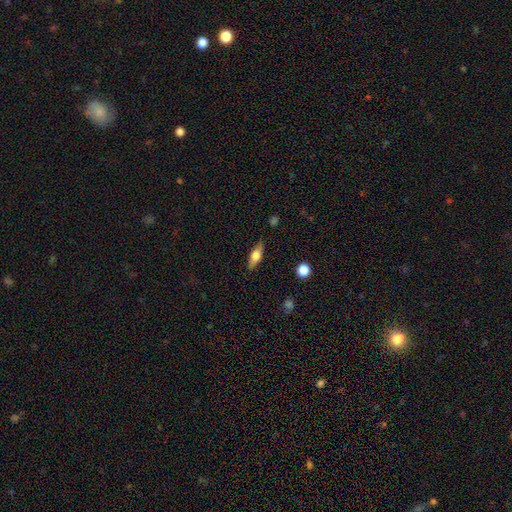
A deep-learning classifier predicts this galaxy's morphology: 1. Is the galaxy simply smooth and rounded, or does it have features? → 53% smooth, 40% featured or disk, 7% star or artifact.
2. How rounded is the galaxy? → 54% in between, 42% cigar-shaped, 4% round.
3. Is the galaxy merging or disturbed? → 86% none, 10% minor disturbance, 2% major disturbance, 1% merger.